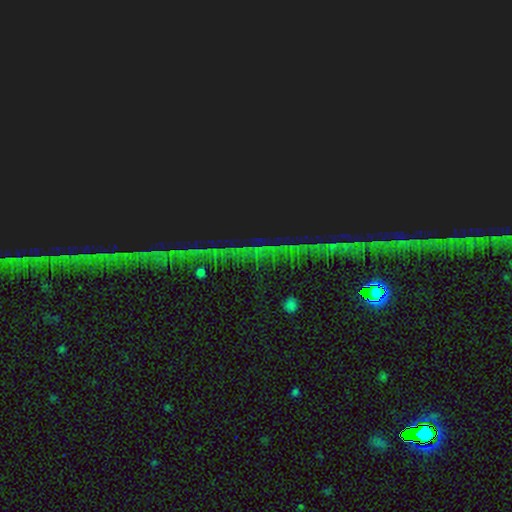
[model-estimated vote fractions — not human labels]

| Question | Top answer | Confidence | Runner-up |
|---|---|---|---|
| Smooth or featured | star or artifact | 88% | featured or disk (7%) |